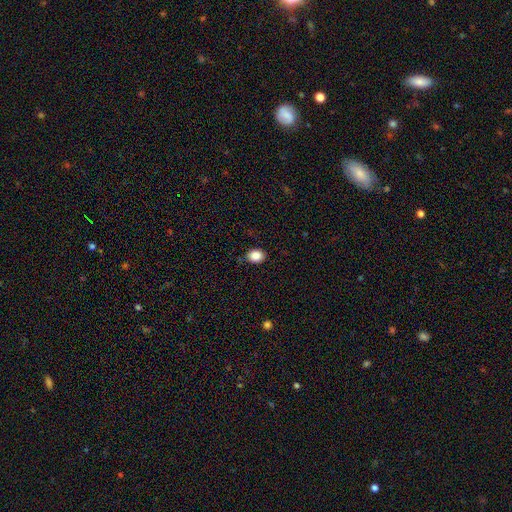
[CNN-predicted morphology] Smooth or featured? Predicted: smooth (p=0.87). How rounded? Predicted: in between (p=0.51). Merging? Predicted: none (p=0.83).